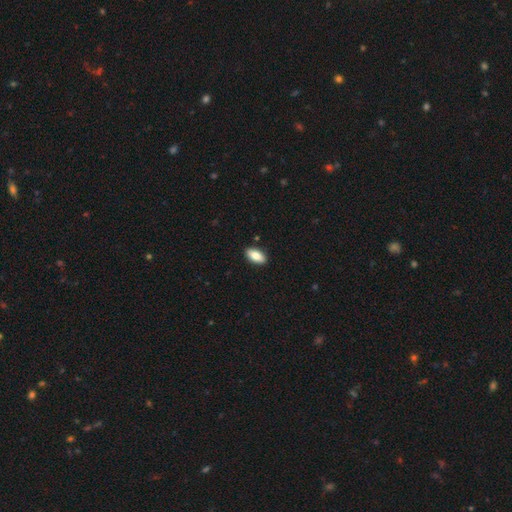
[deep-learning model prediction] A smooth galaxy with no disk features (81%) that is in between round and cigar-shaped (90%).

Vote fractions:
- Smooth or featured? smooth: 81% / featured or disk: 13% / star or artifact: 7%
- How rounded? in between: 90% / cigar-shaped: 7% / round: 3%
- Merging? none: 90% / minor disturbance: 8% / major disturbance: 2% / merger: 1%